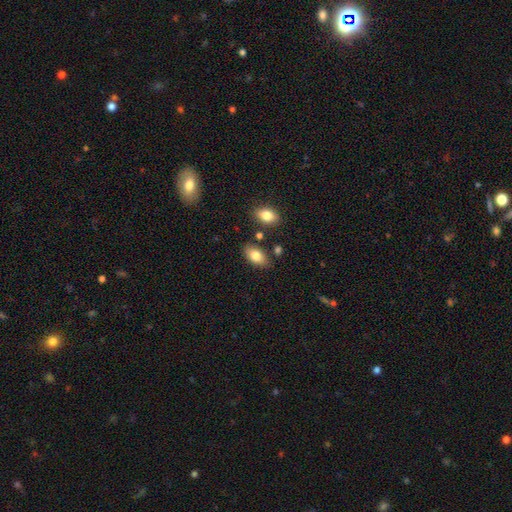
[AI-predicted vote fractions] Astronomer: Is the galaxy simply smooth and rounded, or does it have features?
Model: smooth — 81%.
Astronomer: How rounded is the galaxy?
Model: in between — 92%.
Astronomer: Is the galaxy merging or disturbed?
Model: none — 79%.